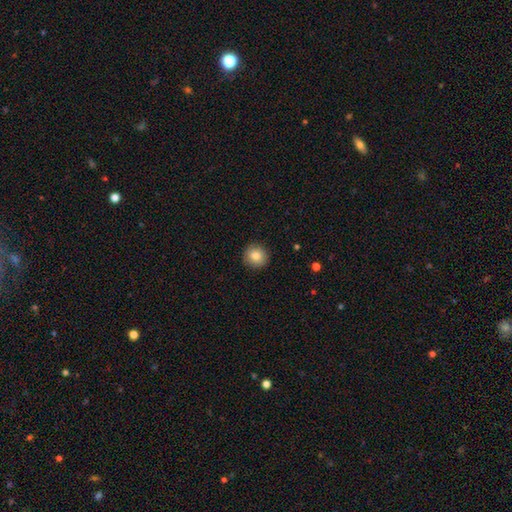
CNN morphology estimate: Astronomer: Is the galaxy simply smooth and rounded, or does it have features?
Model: smooth — 83%.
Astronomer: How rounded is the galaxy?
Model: round — 92%.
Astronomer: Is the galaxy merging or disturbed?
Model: none — 91%.